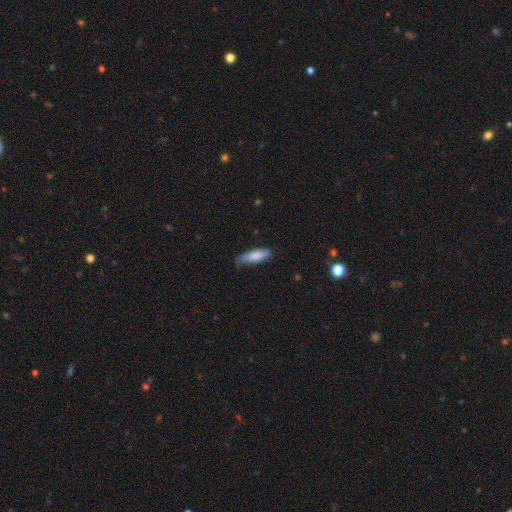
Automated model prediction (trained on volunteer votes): Overall: smooth (84%). How rounded: cigar-shaped (51%; in between 48%). Merging: none (70%).